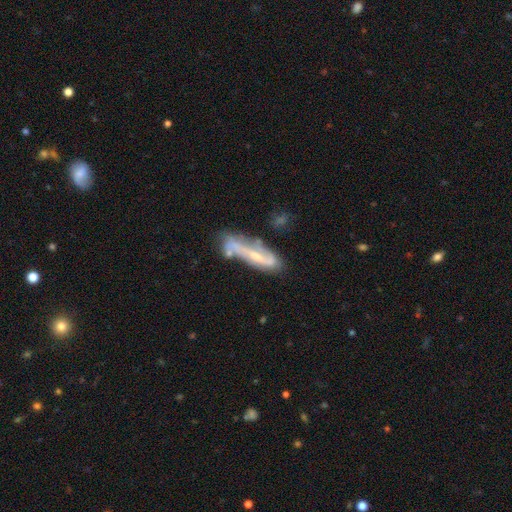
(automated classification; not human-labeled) Smooth or featured?
  - featured or disk: 69% *
  - smooth: 24%
  - star or artifact: 7%
Edge-on disk?
  - no: 66% *
  - yes: 34%
Merging?
  - none: 51% *
  - minor disturbance: 25%
  - major disturbance: 13%
  - merger: 12%